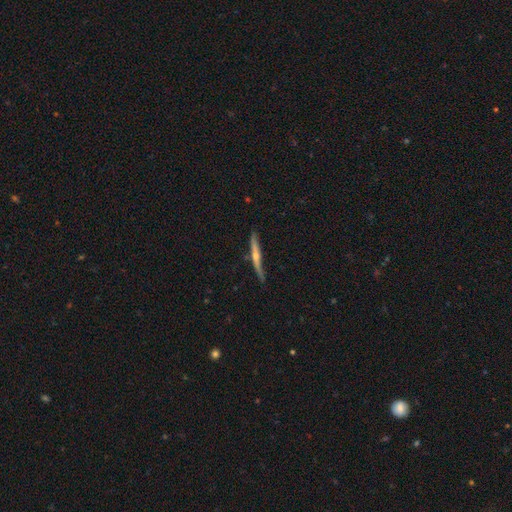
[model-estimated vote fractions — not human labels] This appears to be a featured or disk galaxy (67%) viewed edge-on (97%) with a rounded central bulge (79%). Merging: none (81%).